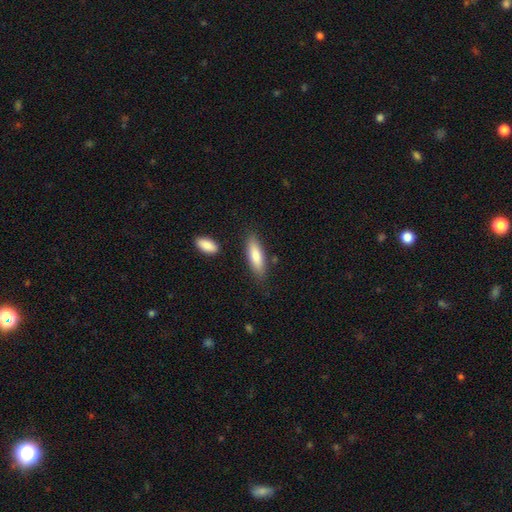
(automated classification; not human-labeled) This appears to be a smooth galaxy with no disk features (80%) that is in between round and cigar-shaped (52%). Merging: none (81%).